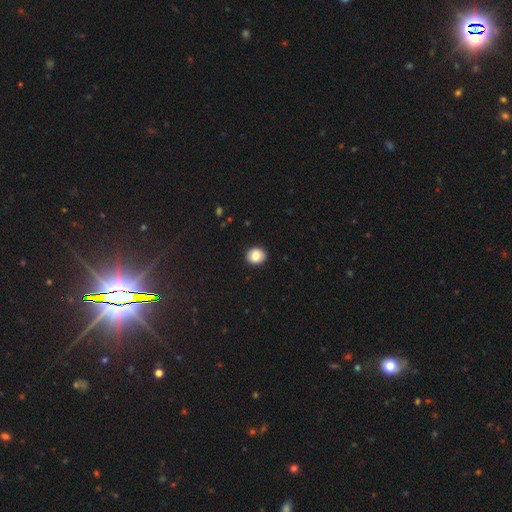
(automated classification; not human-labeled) This is clearly a smooth galaxy (82%). How rounded: likely round (71%). Merging: clearly none (91%).